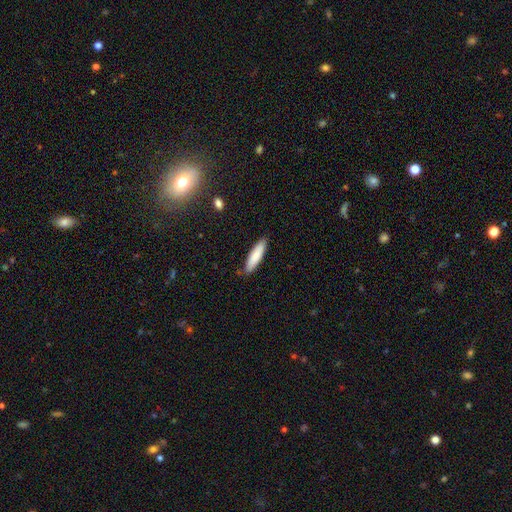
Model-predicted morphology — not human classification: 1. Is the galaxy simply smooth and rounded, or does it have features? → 84% smooth, 11% featured or disk, 5% star or artifact.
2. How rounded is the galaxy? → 73% cigar-shaped, 25% in between, 1% round.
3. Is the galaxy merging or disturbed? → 86% none, 11% minor disturbance, 2% major disturbance, 1% merger.